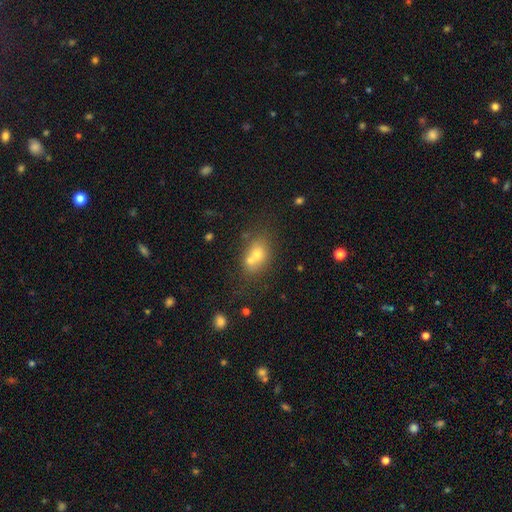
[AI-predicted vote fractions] smooth 65%, featured or disk 23%, star or artifact 12%. Down the decision tree: how rounded — in between (62%); merging — merger (50%).